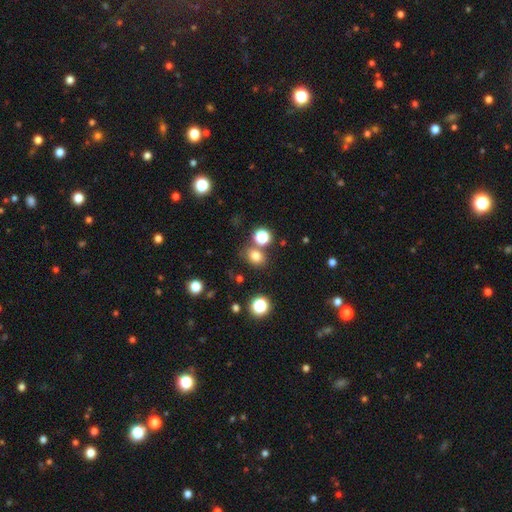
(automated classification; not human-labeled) A smooth galaxy with no disk features (77%) that is round (56%).

Vote fractions:
- Smooth or featured? smooth: 77% / star or artifact: 17% / featured or disk: 7%
- How rounded? round: 56% / in between: 43% / cigar-shaped: 1%
- Merging? none: 73% / merger: 12% / minor disturbance: 11% / major disturbance: 4%